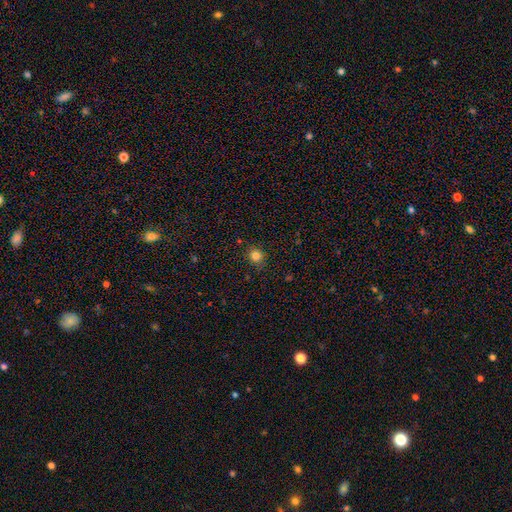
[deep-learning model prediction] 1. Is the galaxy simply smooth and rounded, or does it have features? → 83% smooth, 13% star or artifact, 5% featured or disk.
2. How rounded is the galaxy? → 86% round, 13% in between, 1% cigar-shaped.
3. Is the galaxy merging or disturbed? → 87% none, 9% minor disturbance, 2% major disturbance, 1% merger.